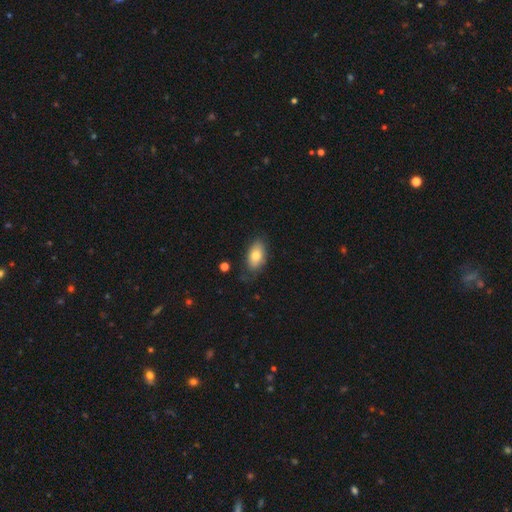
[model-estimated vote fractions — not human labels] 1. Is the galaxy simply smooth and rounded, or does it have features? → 77% smooth, 16% featured or disk, 7% star or artifact.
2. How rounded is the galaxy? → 92% in between, 5% round, 3% cigar-shaped.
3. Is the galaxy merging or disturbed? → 74% none, 20% minor disturbance, 4% major disturbance, 2% merger.